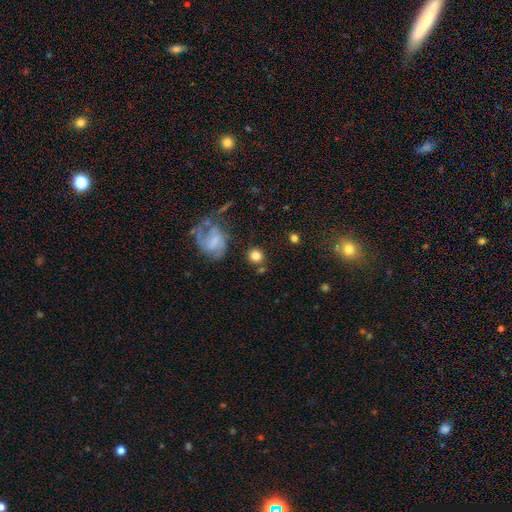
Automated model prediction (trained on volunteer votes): This is likely a smooth galaxy (78%). How rounded: clearly round (89%). Merging: likely none (75%).